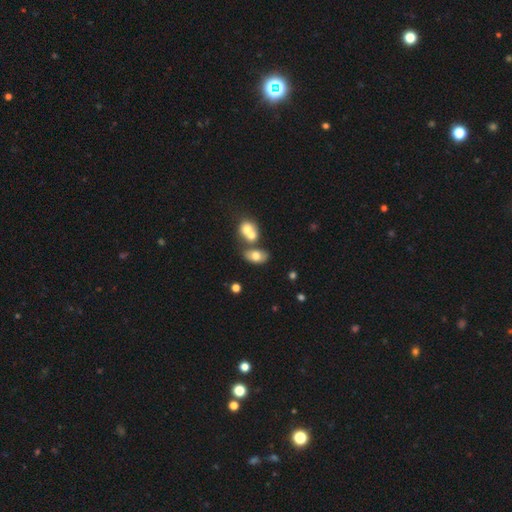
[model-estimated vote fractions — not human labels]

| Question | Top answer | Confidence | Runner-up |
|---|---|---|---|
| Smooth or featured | smooth | 69% | featured or disk (22%) |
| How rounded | in between | 85% | round (12%) |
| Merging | none | 42% | tied: merger (42%) |